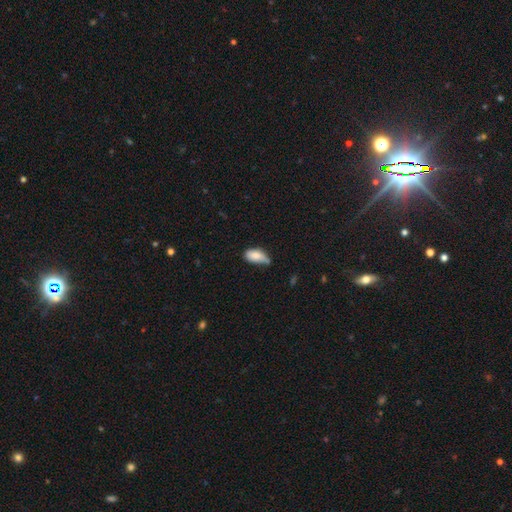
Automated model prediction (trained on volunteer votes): Smooth or featured?
  - smooth: 82% *
  - featured or disk: 11%
  - star or artifact: 7%
How rounded?
  - in between: 91% *
  - cigar-shaped: 6%
  - round: 4%
Merging?
  - minor disturbance: 44% *
  - none: 37%
  - major disturbance: 11%
  - merger: 8%